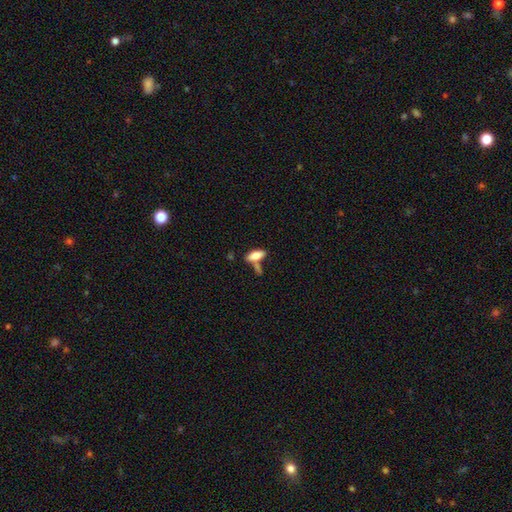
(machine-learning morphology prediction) type=smooth (71%); roundness=in between (75%); merging=none (56%).